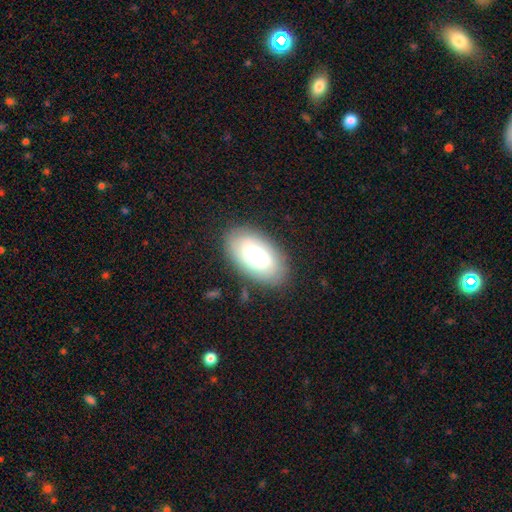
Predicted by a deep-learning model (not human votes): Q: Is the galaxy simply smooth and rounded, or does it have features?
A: smooth — 55%.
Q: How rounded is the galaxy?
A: in between — 93%.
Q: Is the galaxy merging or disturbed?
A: none — 82%.